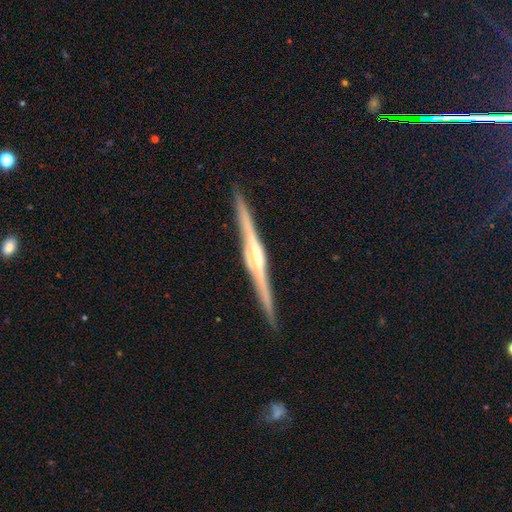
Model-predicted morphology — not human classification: This is clearly a featured or disk galaxy (87%). It is clearly viewed edge-on (98%). Edge-on bulge: likely rounded (69%). Merging: clearly none (90%).